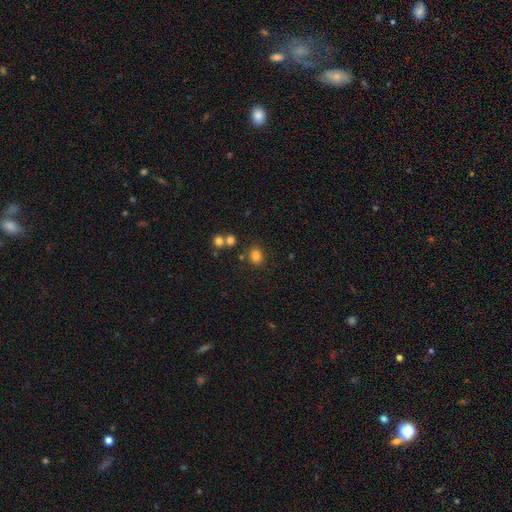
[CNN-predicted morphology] smooth_or_featured: smooth (p=0.81) [alt: star or artifact p=0.13]
how_rounded: round (p=0.58) [alt: in between p=0.41]
merging: none (p=0.79) [alt: minor disturbance p=0.10]